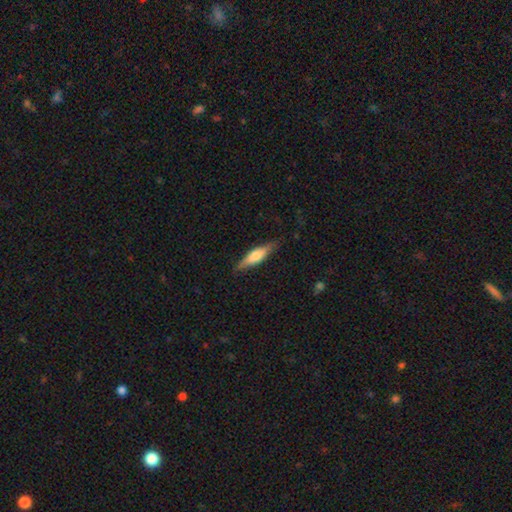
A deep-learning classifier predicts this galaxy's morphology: Q: Smooth or featured?
A: smooth (53%); runner-up: featured or disk (41%)
Q: How rounded?
A: cigar-shaped (67%); runner-up: in between (31%)
Q: Merging?
A: none (84%); runner-up: minor disturbance (12%)